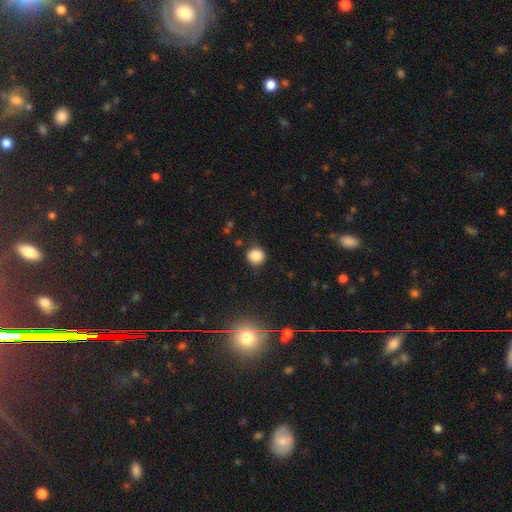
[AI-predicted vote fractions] smooth-or-featured: smooth: 83% | star or artifact: 12% | featured or disk: 5%
  how-rounded: round: 90% | in between: 9% | cigar-shaped: 1%
  merging: none: 81% | minor disturbance: 14% | major disturbance: 4% | merger: 2%